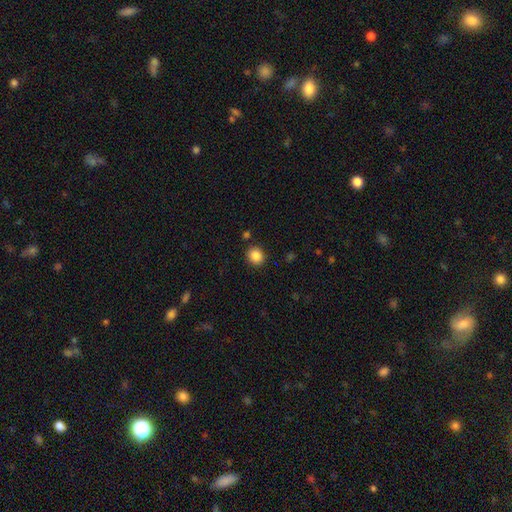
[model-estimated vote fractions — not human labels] The model was most divided on "how rounded": round: 80%, in between: 20%, cigar-shaped: 1%. More confident: smooth or featured — smooth (86%); merging — none (86%).